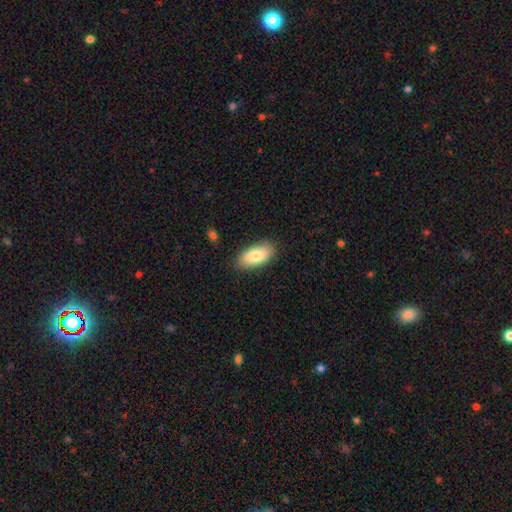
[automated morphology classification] The model was most divided on "smooth or featured": smooth: 81%, featured or disk: 13%, star or artifact: 6%. More confident: how rounded — in between (92%); merging — none (85%).